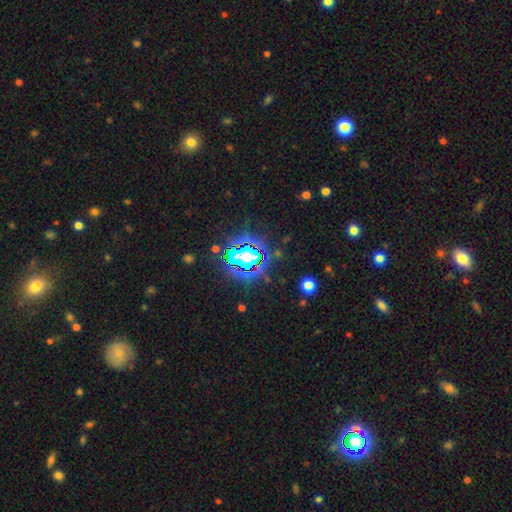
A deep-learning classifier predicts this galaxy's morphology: A star or artifact, not a galaxy (82%).

Vote fractions:
- Smooth or featured? star or artifact: 82% / smooth: 11% / featured or disk: 7%